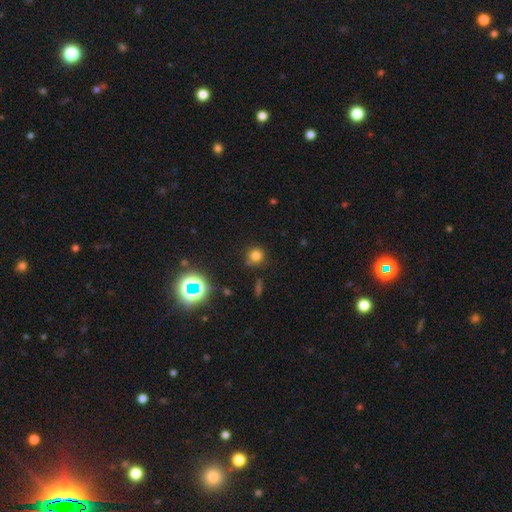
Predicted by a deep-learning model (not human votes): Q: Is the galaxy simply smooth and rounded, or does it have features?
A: smooth — 74%.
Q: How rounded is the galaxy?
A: round — 92%.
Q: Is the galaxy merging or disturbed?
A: none — 82%.